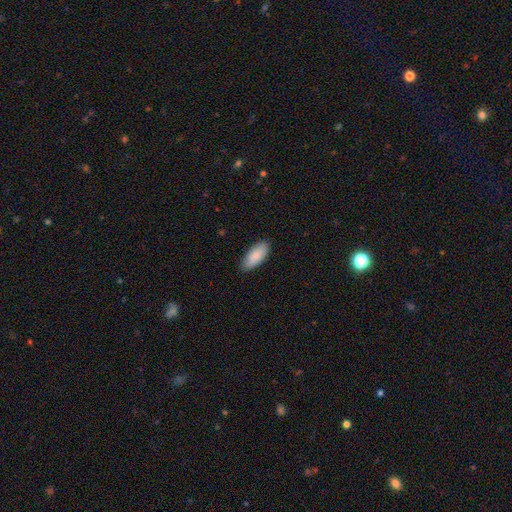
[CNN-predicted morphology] The model was most divided on "how rounded": in between: 85%, cigar-shaped: 14%, round: 2%. More confident: smooth or featured — smooth (87%); merging — none (84%).